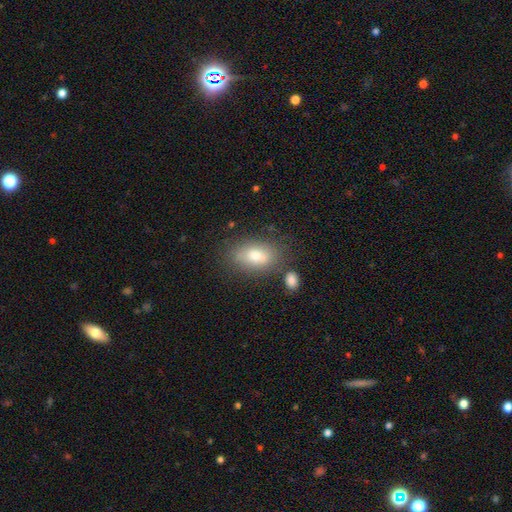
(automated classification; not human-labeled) smooth_or_featured: smooth (p=0.76) [alt: featured or disk p=0.15]
how_rounded: in between (p=0.87) [alt: round p=0.10]
merging: none (p=0.71) [alt: minor disturbance p=0.15]